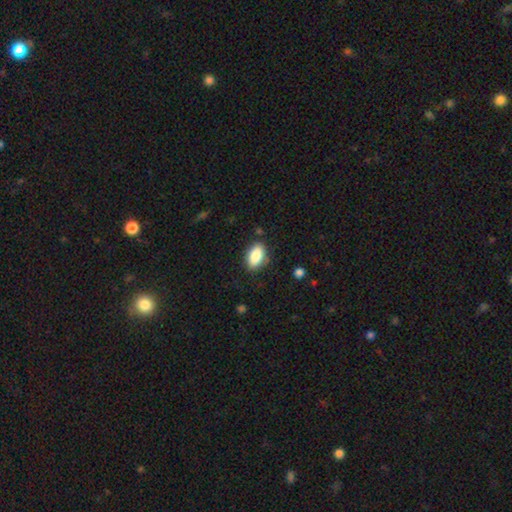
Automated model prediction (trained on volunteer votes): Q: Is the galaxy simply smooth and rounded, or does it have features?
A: smooth — 88%.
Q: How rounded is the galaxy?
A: in between — 91%.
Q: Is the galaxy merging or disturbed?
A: none — 83%.